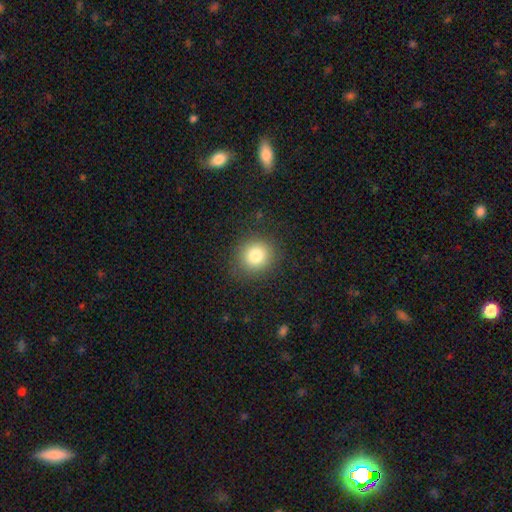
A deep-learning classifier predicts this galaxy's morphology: smooth_or_featured: smooth (p=0.81) [alt: star or artifact p=0.11]
how_rounded: round (p=0.86) [alt: in between p=0.13]
merging: none (p=0.87) [alt: minor disturbance p=0.08]